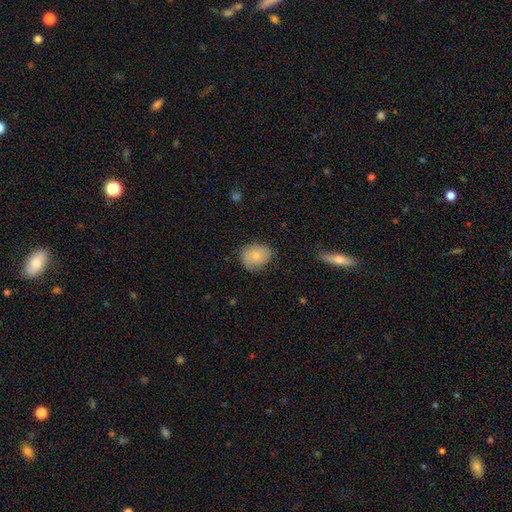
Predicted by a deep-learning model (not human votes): Q: Smooth or featured?
A: smooth (73%); runner-up: featured or disk (20%)
Q: How rounded?
A: round (61%); runner-up: in between (38%)
Q: Merging?
A: none (72%); runner-up: minor disturbance (22%)